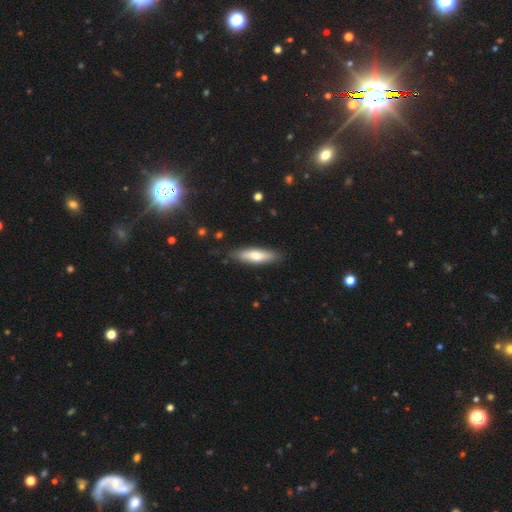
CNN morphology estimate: Smooth or featured? smooth (68%)
How rounded? cigar-shaped (63%)
Merging? none (85%)